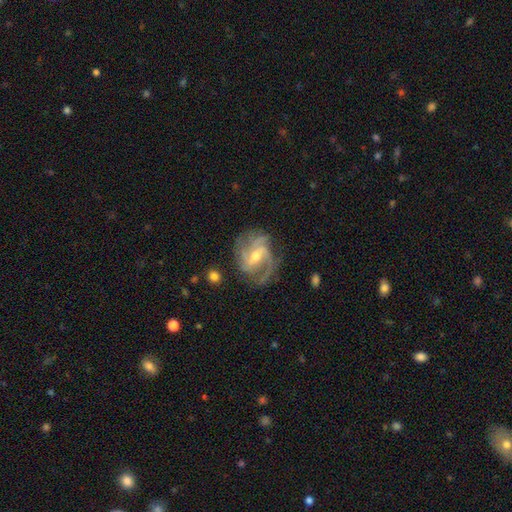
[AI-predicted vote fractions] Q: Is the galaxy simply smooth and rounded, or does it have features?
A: featured or disk — 89%.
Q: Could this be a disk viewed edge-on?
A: no — 98%.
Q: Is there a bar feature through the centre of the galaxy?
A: weak — 53%.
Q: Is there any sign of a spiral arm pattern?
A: yes — 97%.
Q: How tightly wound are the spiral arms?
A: medium — 51%.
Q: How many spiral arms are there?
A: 3 — 38%.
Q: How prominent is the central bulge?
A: moderate — 55%.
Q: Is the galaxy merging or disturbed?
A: none — 69%.